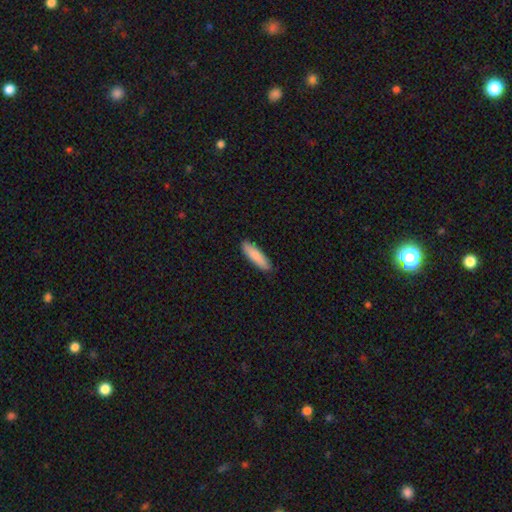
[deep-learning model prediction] A smooth galaxy with no disk features (87%) that is cigar-shaped (64%). Merging: none (89%).